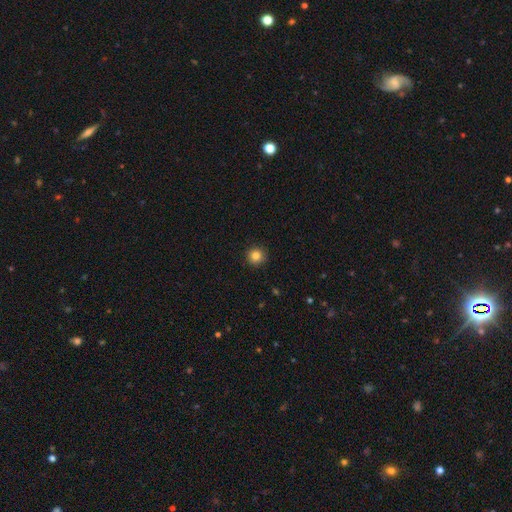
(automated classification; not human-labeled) Smooth or featured? Predicted: smooth (p=0.83). How rounded? Predicted: round (p=0.95). Merging? Predicted: none (p=0.92).